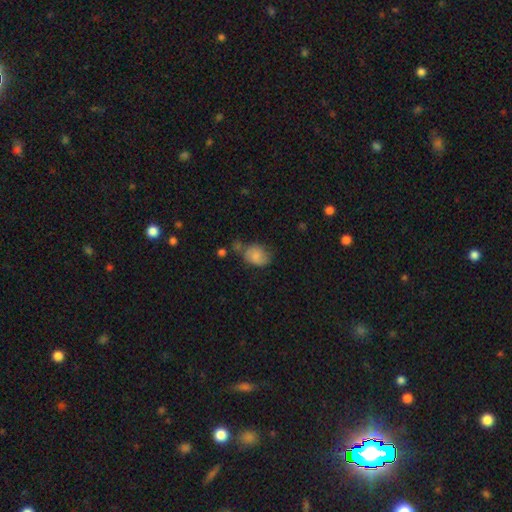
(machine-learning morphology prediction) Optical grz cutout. It shows a smooth galaxy with no disk features (75%) that is in between round and cigar-shaped (66%). Merging: none (48%).